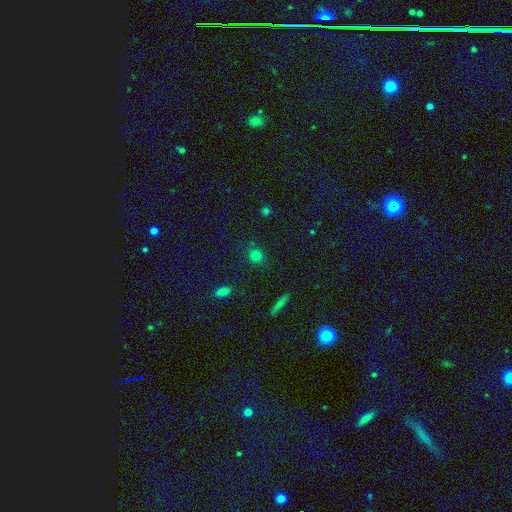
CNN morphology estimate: type=smooth (78%); roundness=round (81%); merging=none (82%).